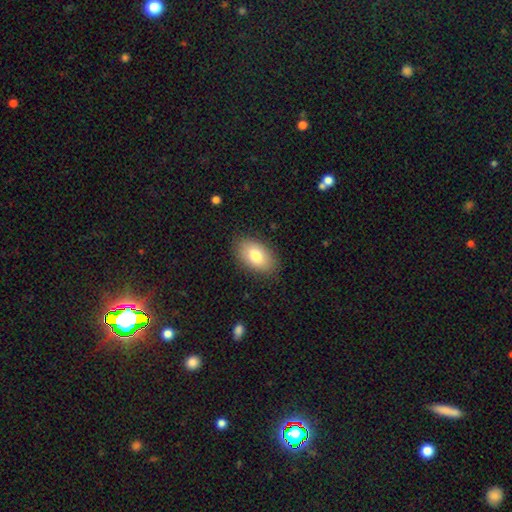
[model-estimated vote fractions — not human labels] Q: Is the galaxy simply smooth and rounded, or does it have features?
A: smooth — 80%.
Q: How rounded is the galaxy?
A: in between — 92%.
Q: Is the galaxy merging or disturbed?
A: none — 85%.